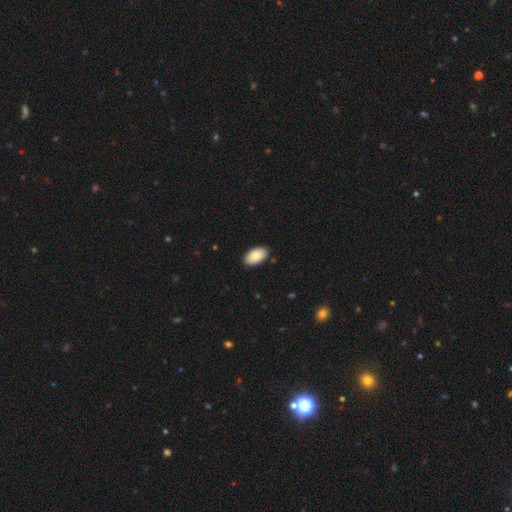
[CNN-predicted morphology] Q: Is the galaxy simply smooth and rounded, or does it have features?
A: smooth — 85%.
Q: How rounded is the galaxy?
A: in between — 96%.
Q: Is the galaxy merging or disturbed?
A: none — 89%.